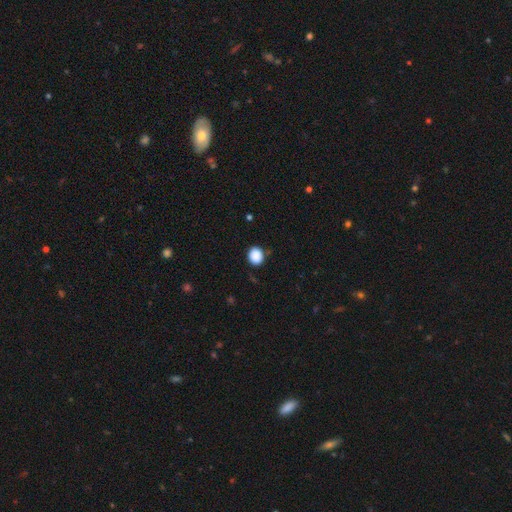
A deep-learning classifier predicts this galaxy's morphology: Smooth or featured? smooth (89%)
How rounded? round (73%)
Merging? none (86%)